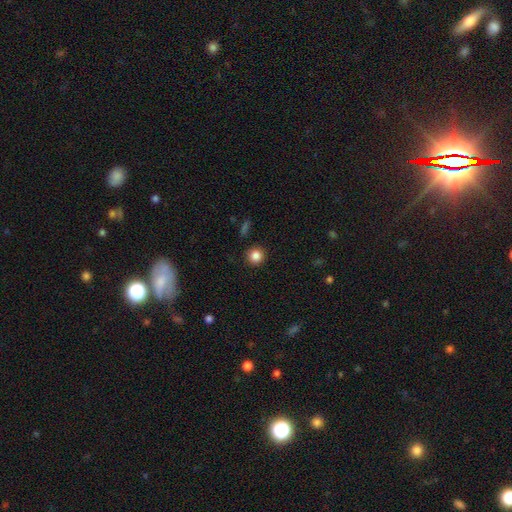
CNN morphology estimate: smooth-or-featured: smooth: 85% | star or artifact: 11% | featured or disk: 4%
  how-rounded: round: 94% | in between: 5% | cigar-shaped: 1%
  merging: none: 92% | minor disturbance: 5% | major disturbance: 2% | merger: 1%